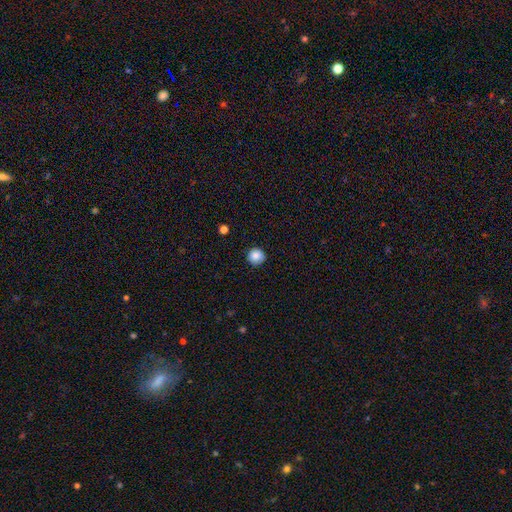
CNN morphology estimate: Smooth or featured: smooth — 86% (star or artifact — 9%)
How rounded: round — 95% (in between — 4%)
Merging: none — 89% (minor disturbance — 8%)